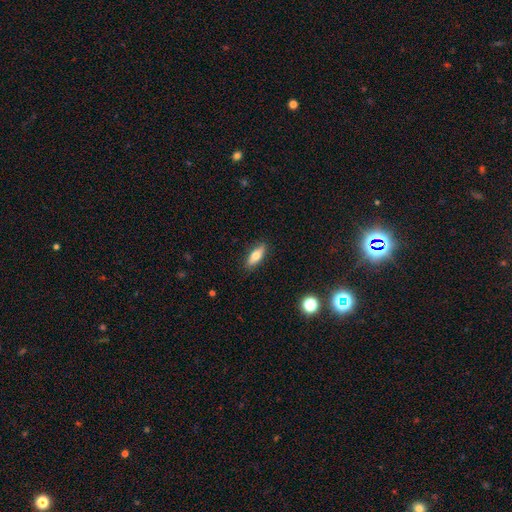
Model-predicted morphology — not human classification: Smooth or featured? Predicted: smooth (p=0.69). How rounded? Predicted: in between (p=0.67). Merging? Predicted: none (p=0.88).